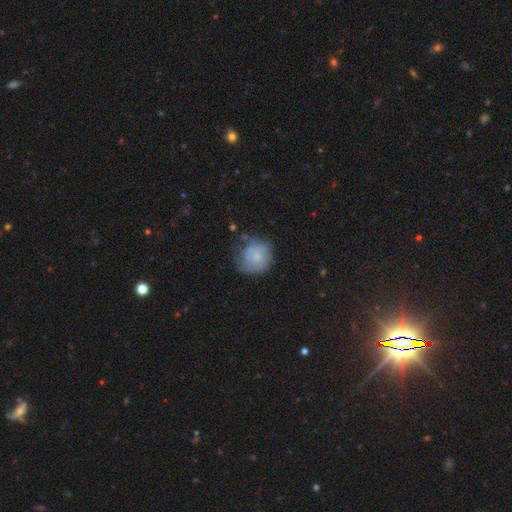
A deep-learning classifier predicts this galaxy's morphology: Smooth or featured? smooth (65%)
How rounded? round (83%)
Merging? none (52%)